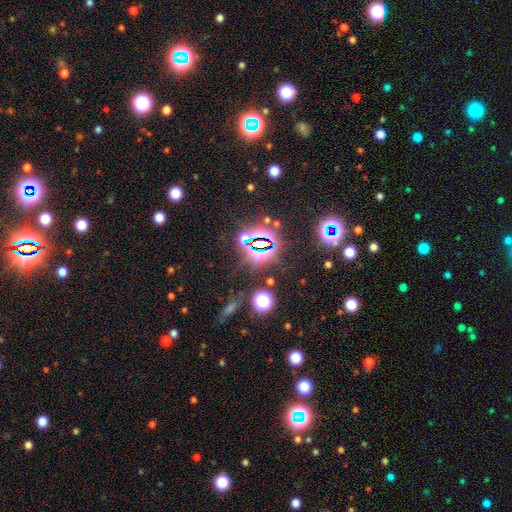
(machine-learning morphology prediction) The model was most divided on "smooth or featured": star or artifact: 78%, smooth: 13%, featured or disk: 9%.